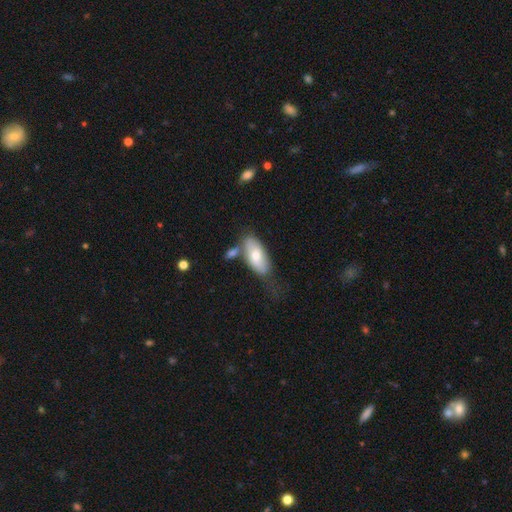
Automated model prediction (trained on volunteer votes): A smooth galaxy with no disk features (68%) that is in between round and cigar-shaped (89%). Merging: none (48%).